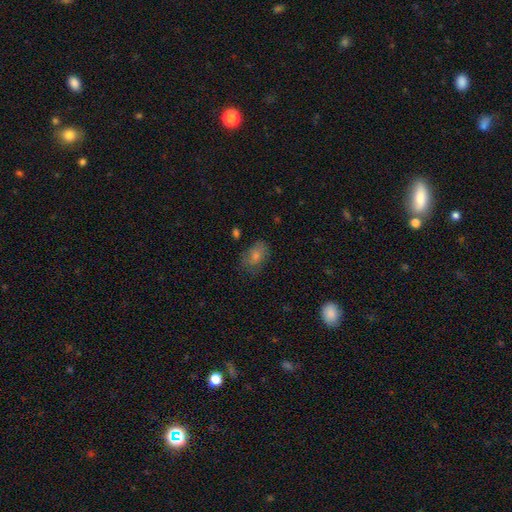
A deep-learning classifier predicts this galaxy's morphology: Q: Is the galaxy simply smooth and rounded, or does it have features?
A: smooth — 65%.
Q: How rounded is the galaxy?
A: in between — 80%.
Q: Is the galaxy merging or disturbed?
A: none — 69%.